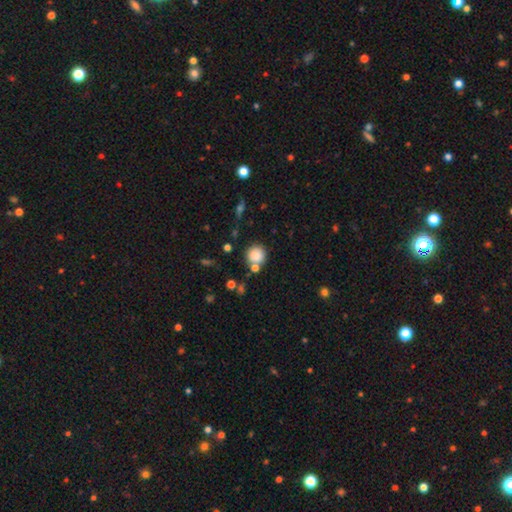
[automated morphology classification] smooth 85%, star or artifact 10%, featured or disk 6%. Down the decision tree: how rounded — round (92%); merging — none (71%).